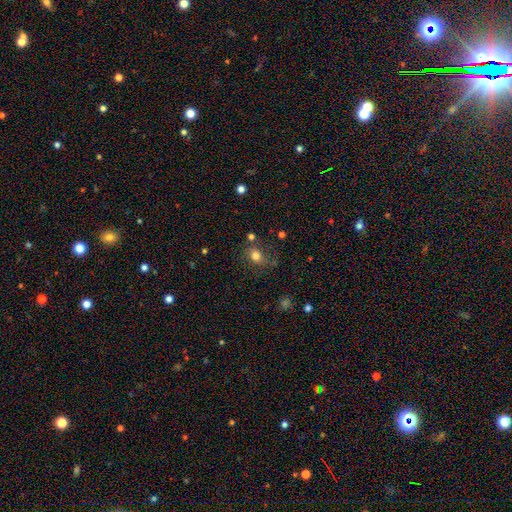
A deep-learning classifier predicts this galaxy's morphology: Overall: smooth (78%). How rounded: round (61%; in between 38%). Merging: none (67%).